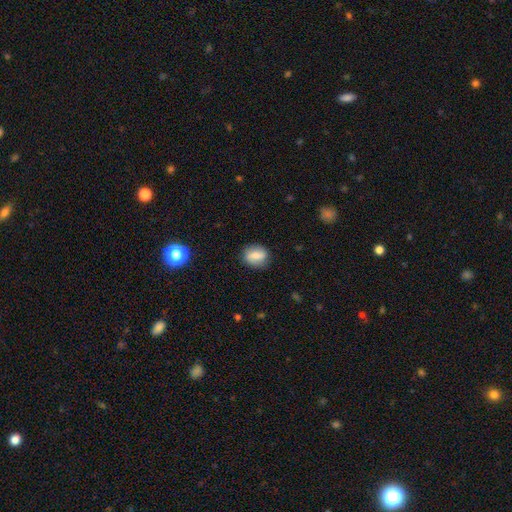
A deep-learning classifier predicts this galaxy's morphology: Smooth or featured: smooth — 69% (featured or disk — 22%)
How rounded: round — 50% (in between — 48%)
Merging: none — 84% (minor disturbance — 12%)